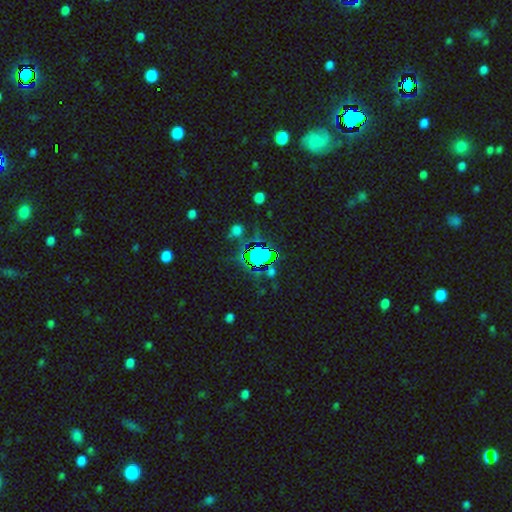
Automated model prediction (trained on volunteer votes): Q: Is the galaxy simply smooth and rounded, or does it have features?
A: star or artifact — 67%.